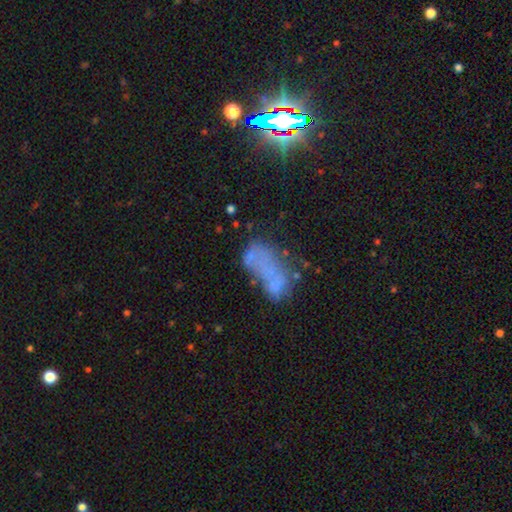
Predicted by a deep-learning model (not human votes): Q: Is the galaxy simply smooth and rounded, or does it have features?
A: smooth — 44%.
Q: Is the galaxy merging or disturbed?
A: none — 30%.